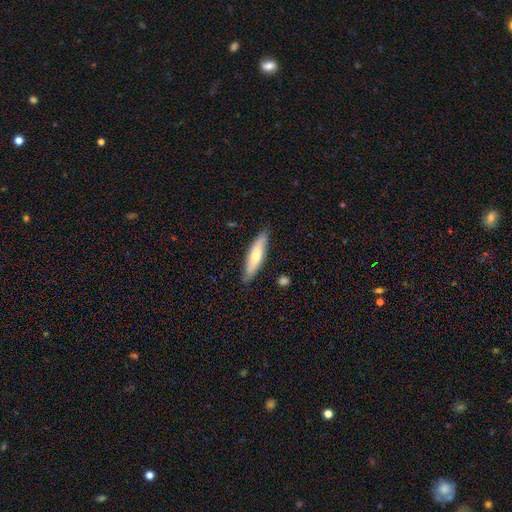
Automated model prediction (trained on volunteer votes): smooth 62%, featured or disk 33%, star or artifact 6%. Down the decision tree: how rounded — cigar-shaped (70%); merging — none (86%).